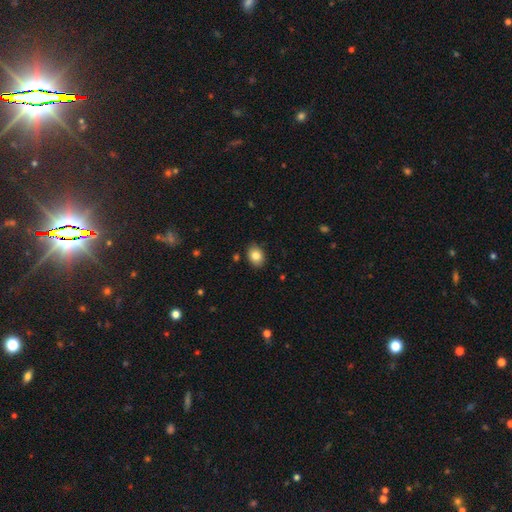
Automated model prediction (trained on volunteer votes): Smooth or featured?
  - smooth: 84% *
  - star or artifact: 8%
  - featured or disk: 8%
How rounded?
  - in between: 68% *
  - round: 31%
  - cigar-shaped: 1%
Merging?
  - none: 86% *
  - minor disturbance: 10%
  - major disturbance: 2%
  - merger: 1%